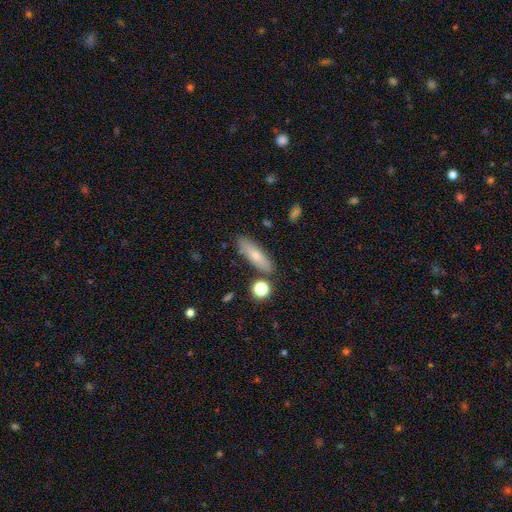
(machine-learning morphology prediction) type=smooth (70%); roundness=cigar-shaped (59%); merging=none (81%).